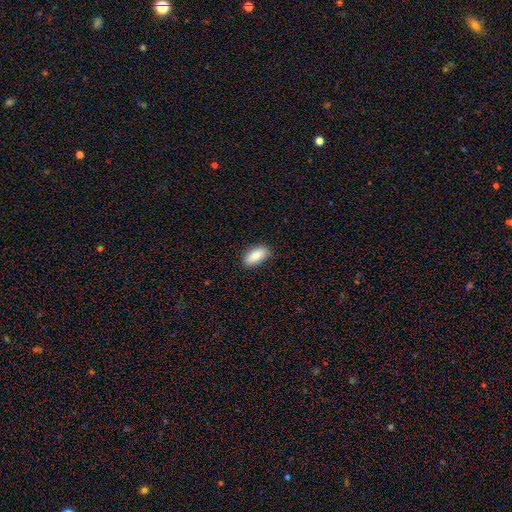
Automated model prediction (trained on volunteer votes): Morphology: type=smooth (86%); roundness=in between (91%); merging=none (85%).